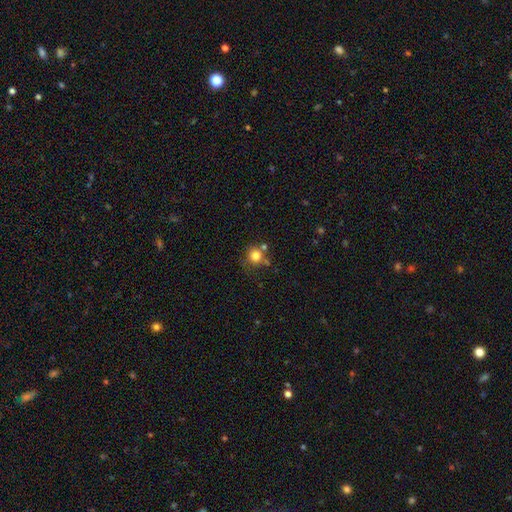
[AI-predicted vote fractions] This is clearly a smooth galaxy (81%). How rounded: clearly round (91%). Merging: likely none (64%).